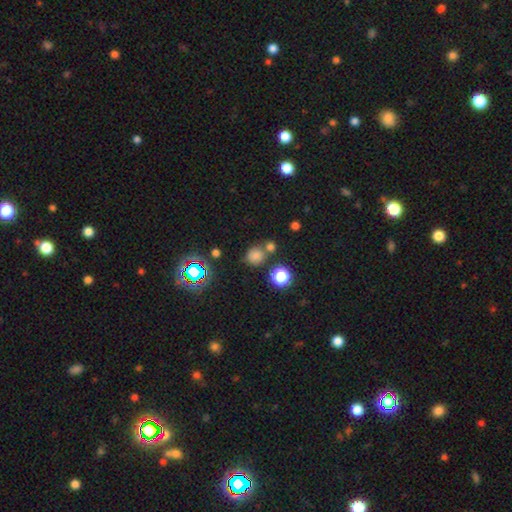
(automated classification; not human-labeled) Smooth or featured: smooth — 70% (star or artifact — 23%)
How rounded: round — 80% (in between — 19%)
Merging: none — 62% (merger — 23%)